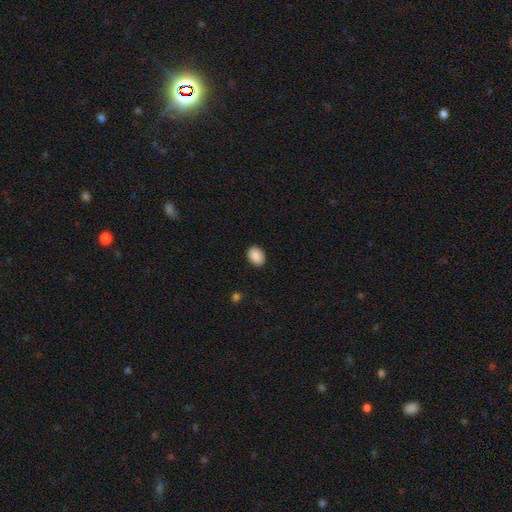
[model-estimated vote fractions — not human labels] smooth-or-featured: smooth: 90% | star or artifact: 7% | featured or disk: 3%
  how-rounded: in between: 76% | round: 23% | cigar-shaped: 1%
  merging: none: 89% | minor disturbance: 8% | major disturbance: 2% | merger: 1%